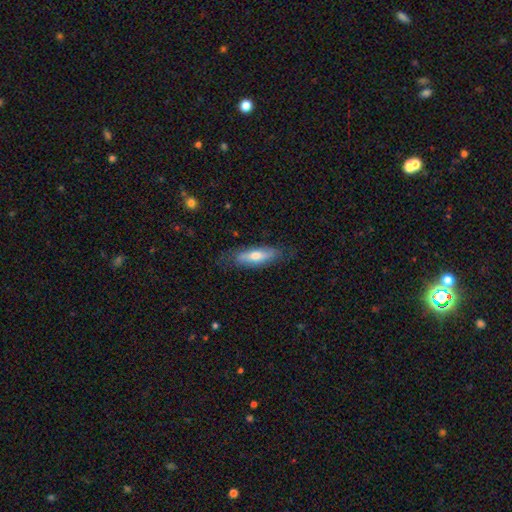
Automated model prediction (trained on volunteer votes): Smooth or featured?
  - smooth: 58% *
  - featured or disk: 36%
  - star or artifact: 6%
How rounded?
  - cigar-shaped: 55% *
  - in between: 43%
  - round: 2%
Merging?
  - none: 77% *
  - minor disturbance: 17%
  - major disturbance: 4%
  - merger: 1%